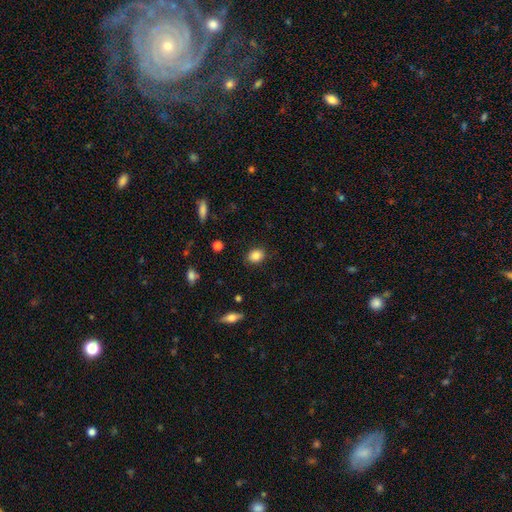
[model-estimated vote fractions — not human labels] This appears to be a smooth galaxy with no disk features (85%) that is in between round and cigar-shaped (63%). Merging: none (85%).